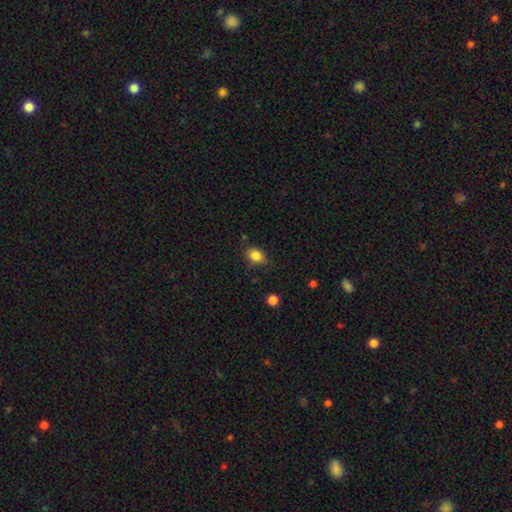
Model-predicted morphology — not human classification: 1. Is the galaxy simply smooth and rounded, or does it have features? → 85% smooth, 10% star or artifact, 5% featured or disk.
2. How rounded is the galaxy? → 65% in between, 33% round, 1% cigar-shaped.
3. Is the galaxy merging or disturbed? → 77% none, 18% minor disturbance, 4% major disturbance, 2% merger.